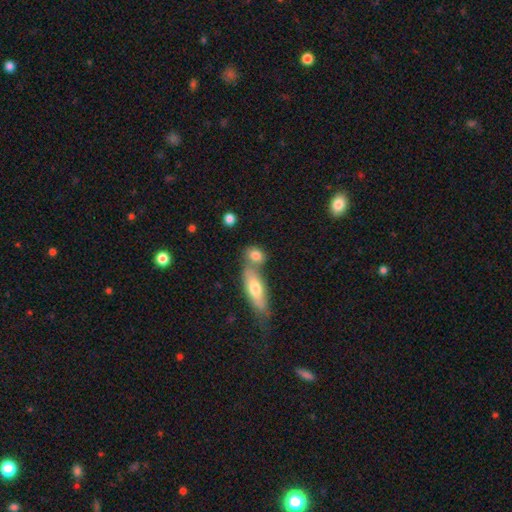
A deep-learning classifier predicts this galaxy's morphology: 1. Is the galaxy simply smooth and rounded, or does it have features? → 80% smooth, 13% featured or disk, 8% star or artifact.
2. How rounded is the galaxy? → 52% in between, 38% round, 10% cigar-shaped.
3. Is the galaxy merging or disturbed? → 50% none, 36% merger, 10% minor disturbance, 4% major disturbance.